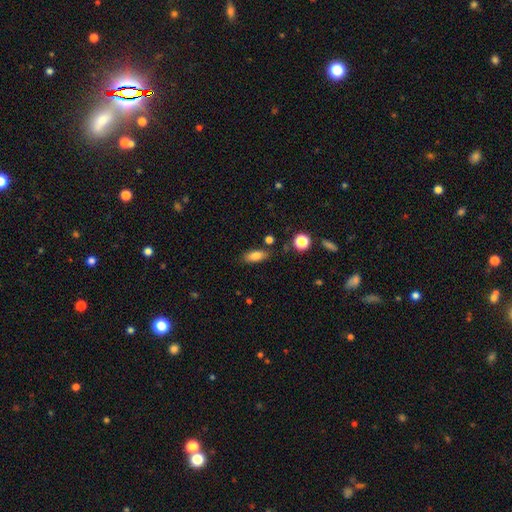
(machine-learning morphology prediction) smooth_or_featured: smooth (p=0.80) [alt: featured or disk p=0.11]
how_rounded: in between (p=0.78) [alt: cigar-shaped p=0.17]
merging: none (p=0.80) [alt: minor disturbance p=0.13]